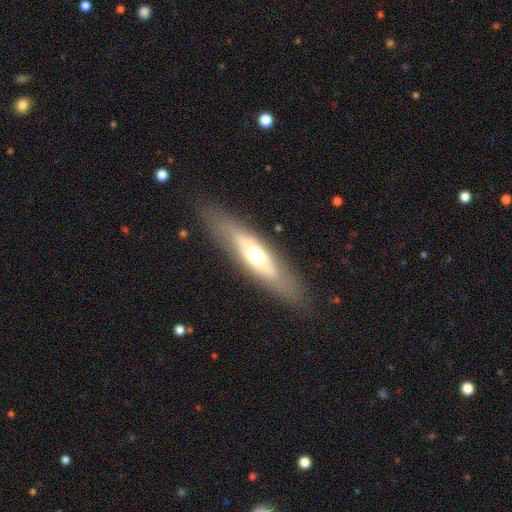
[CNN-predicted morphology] featured or disk 49%, smooth 44%, star or artifact 7%. Down the decision tree: merging — none (85%).